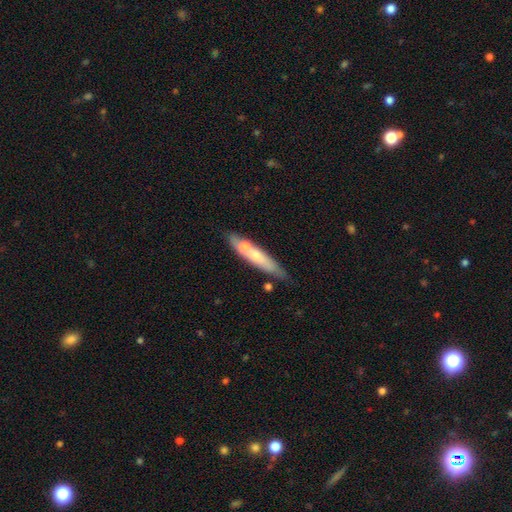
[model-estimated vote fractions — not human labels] The model was most divided on "smooth or featured": smooth: 53%, featured or disk: 41%, star or artifact: 6%. More confident: how rounded — cigar-shaped (84%); merging — none (58%).